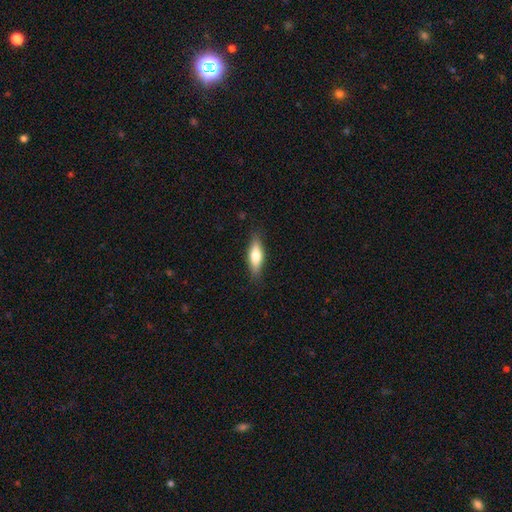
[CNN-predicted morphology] smooth_or_featured: smooth (p=0.64) [alt: featured or disk p=0.29]
how_rounded: in between (p=0.53) [alt: cigar-shaped p=0.45]
merging: none (p=0.85) [alt: minor disturbance p=0.11]